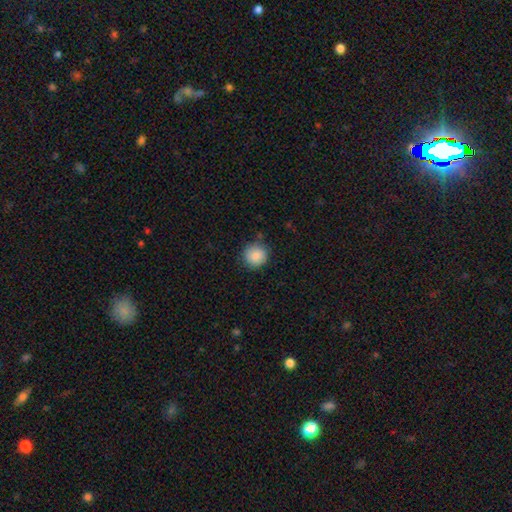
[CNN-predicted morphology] A smooth galaxy with no disk features (87%) that is round (93%).

Vote fractions:
- Smooth or featured? smooth: 87% / star or artifact: 8% / featured or disk: 5%
- How rounded? round: 93% / in between: 6% / cigar-shaped: 1%
- Merging? none: 86% / minor disturbance: 10% / major disturbance: 2% / merger: 2%